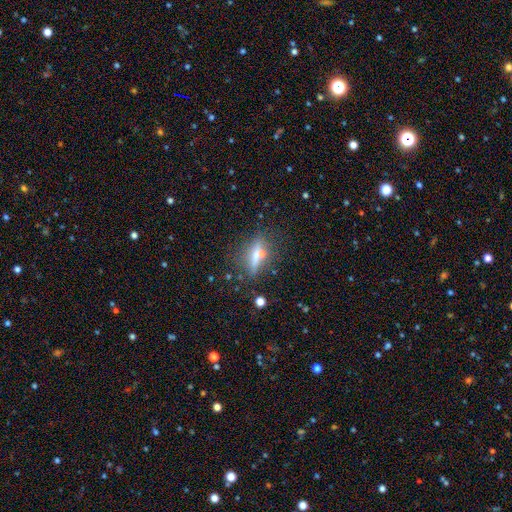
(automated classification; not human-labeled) Smooth or featured: smooth — 44% (featured or disk — 38%)
Merging: none — 66% (minor disturbance — 16%)